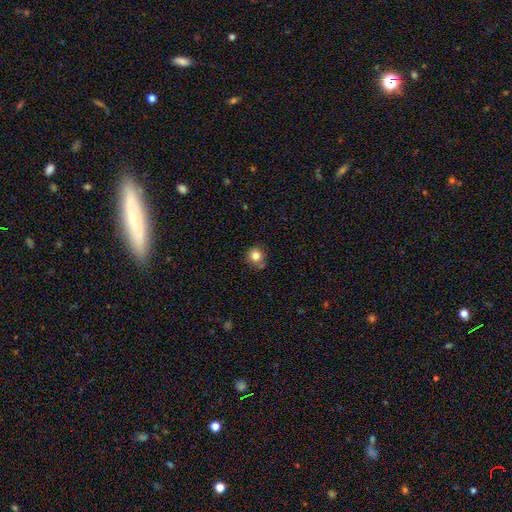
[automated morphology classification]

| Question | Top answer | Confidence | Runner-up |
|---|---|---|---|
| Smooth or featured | smooth | 81% | star or artifact (12%) |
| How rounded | round | 90% | in between (9%) |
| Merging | none | 74% | minor disturbance (15%) |